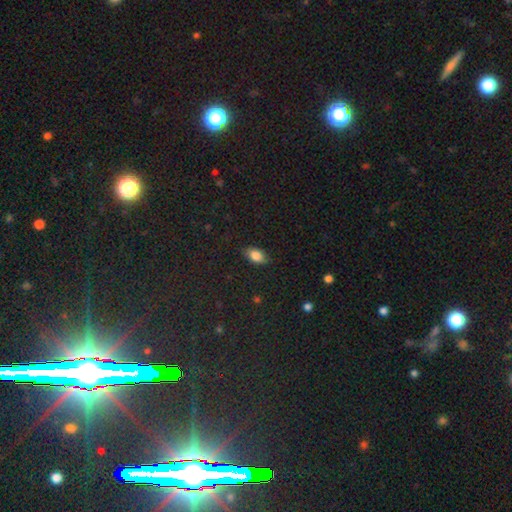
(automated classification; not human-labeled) Smooth or featured?
  - smooth: 83% *
  - featured or disk: 9%
  - star or artifact: 8%
How rounded?
  - in between: 89% *
  - round: 9%
  - cigar-shaped: 3%
Merging?
  - none: 81% *
  - minor disturbance: 15%
  - major disturbance: 3%
  - merger: 1%